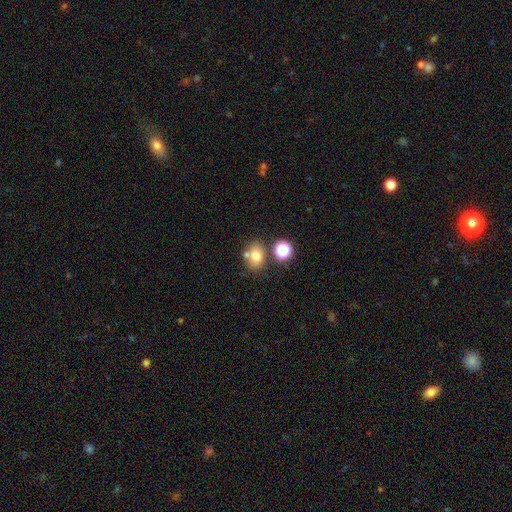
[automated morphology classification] Smooth or featured?
  - smooth: 74% *
  - star or artifact: 14%
  - featured or disk: 12%
How rounded?
  - in between: 51% *
  - round: 48%
  - cigar-shaped: 1%
Merging?
  - none: 60% *
  - merger: 22%
  - minor disturbance: 13%
  - major disturbance: 4%